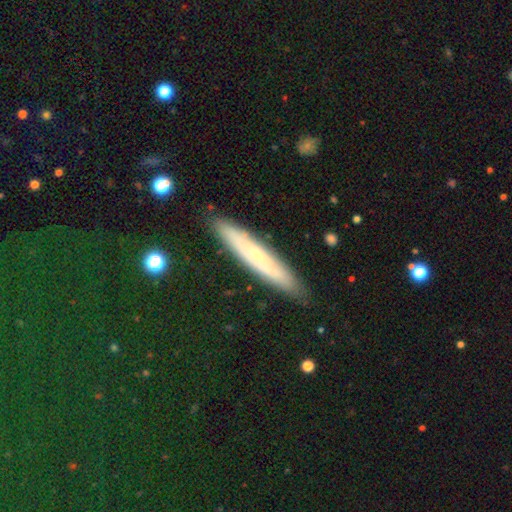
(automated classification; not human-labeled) smooth 49%, featured or disk 43%, star or artifact 8%. Down the decision tree: merging — none (88%).